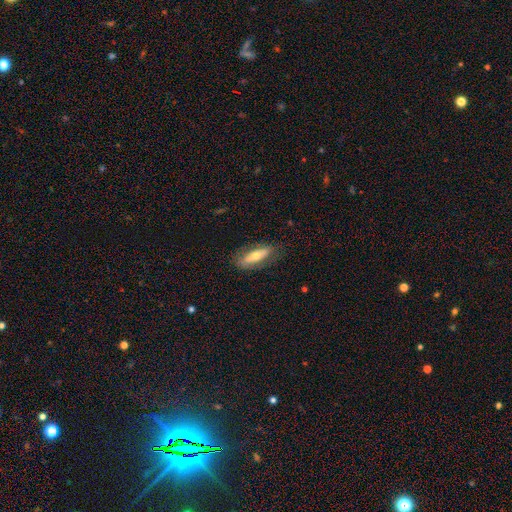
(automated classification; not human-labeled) This appears to be a smooth galaxy with no disk features (52%) that is in between round and cigar-shaped (57%). Merging: none (77%).